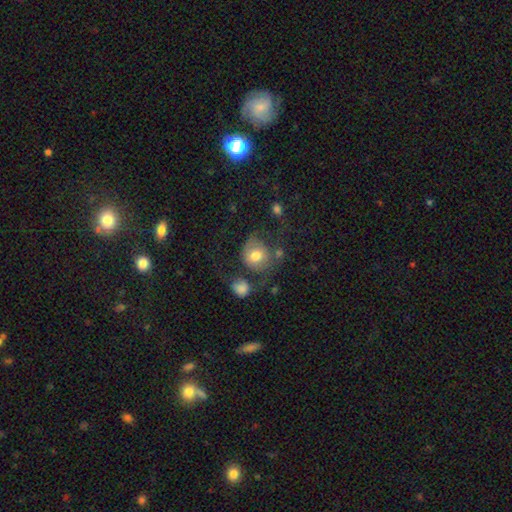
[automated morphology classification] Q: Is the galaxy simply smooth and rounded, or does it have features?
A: smooth — 67%.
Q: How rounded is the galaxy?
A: round — 76%.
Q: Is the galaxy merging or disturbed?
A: none — 37%.